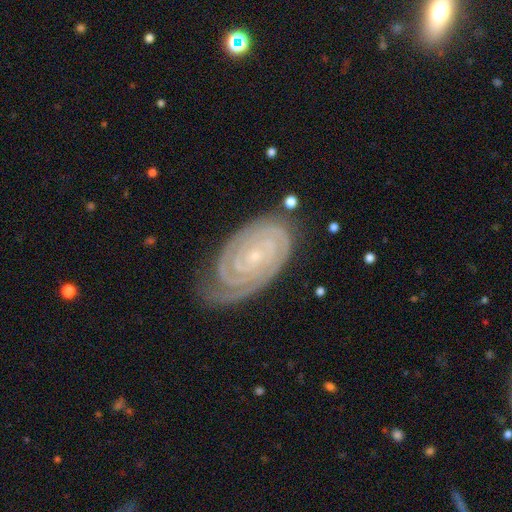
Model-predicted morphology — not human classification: smooth-or-featured: featured or disk: 90% | star or artifact: 5% | smooth: 4%
  disk-edge-on: no: 97% | yes: 3%
    bar: no: 68% | weak: 22% | strong: 11%
    has-spiral-arms: yes: 98% | no: 2%
      spiral-winding: tight: 87% | medium: 11% | loose: 2%
      spiral-arm-count: 2: 56% | 3: 17% | can't tell: 12% | 4: 7% | more than 4: 4% | 1: 4%
    bulge-size: small: 84% | moderate: 12% | none: 2% | large: 1% | dominant: 1%
  merging: none: 75% | minor disturbance: 18% | major disturbance: 5% | merger: 2%